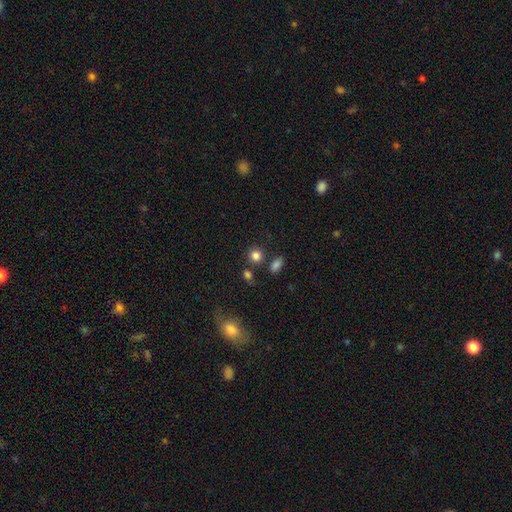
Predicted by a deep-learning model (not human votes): Q: Smooth or featured?
A: smooth (82%); runner-up: star or artifact (12%)
Q: How rounded?
A: round (84%); runner-up: in between (14%)
Q: Merging?
A: none (77%); runner-up: merger (10%)